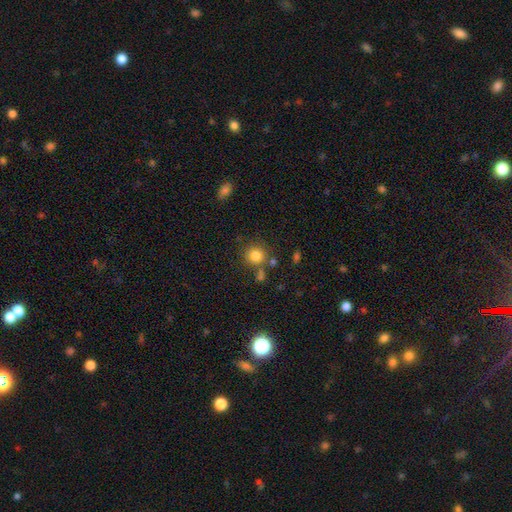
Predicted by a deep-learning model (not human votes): Smooth or featured? Predicted: smooth (p=0.82). How rounded? Predicted: round (p=0.90). Merging? Predicted: none (p=0.76).